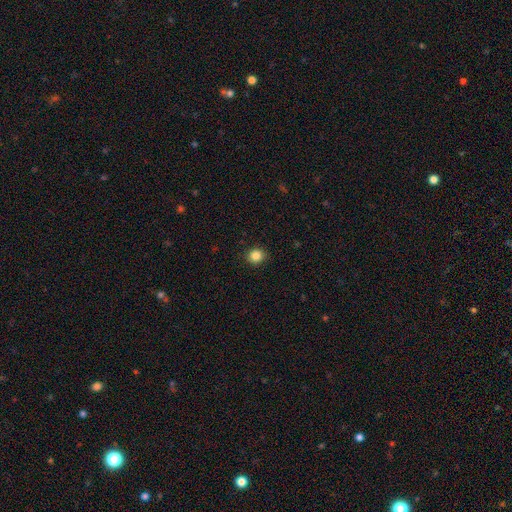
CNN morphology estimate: Smooth or featured? Predicted: smooth (p=0.86). How rounded? Predicted: round (p=0.83). Merging? Predicted: none (p=0.91).